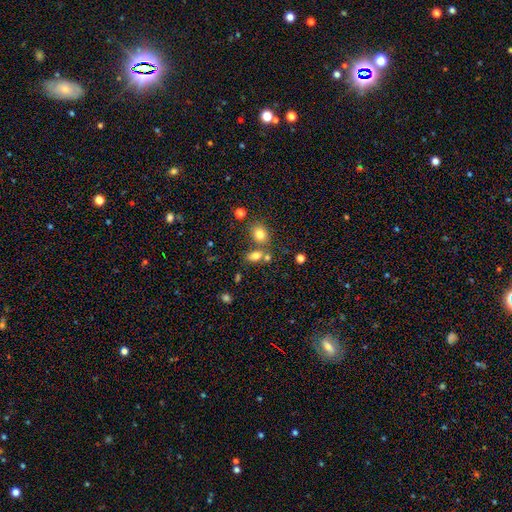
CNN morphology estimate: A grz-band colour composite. It shows a smooth galaxy with no disk features (76%) that is in between round and cigar-shaped (75%). Merging: none (55%).